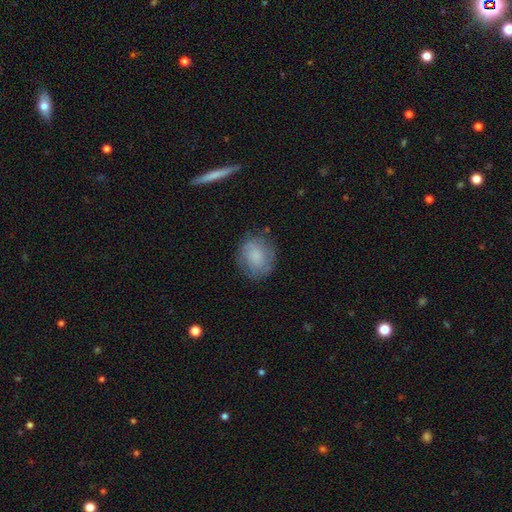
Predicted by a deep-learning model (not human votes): Smooth or featured?
  - smooth: 71% *
  - featured or disk: 21%
  - star or artifact: 8%
How rounded?
  - round: 67% *
  - in between: 32%
  - cigar-shaped: 1%
Merging?
  - none: 75% *
  - minor disturbance: 17%
  - major disturbance: 6%
  - merger: 1%